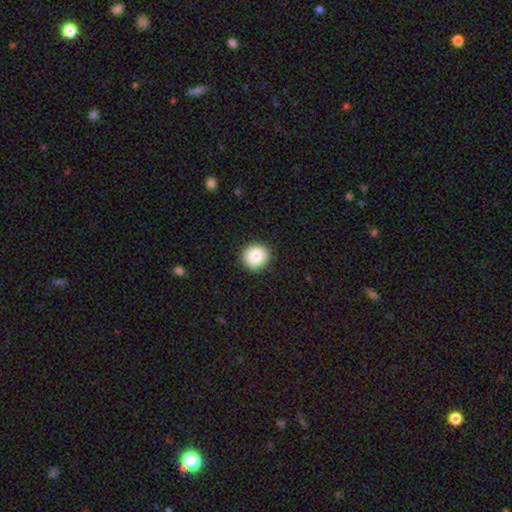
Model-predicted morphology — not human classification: smooth_or_featured: smooth (p=0.85) [alt: star or artifact p=0.08]
how_rounded: round (p=0.88) [alt: in between p=0.11]
merging: none (p=0.89) [alt: minor disturbance p=0.08]